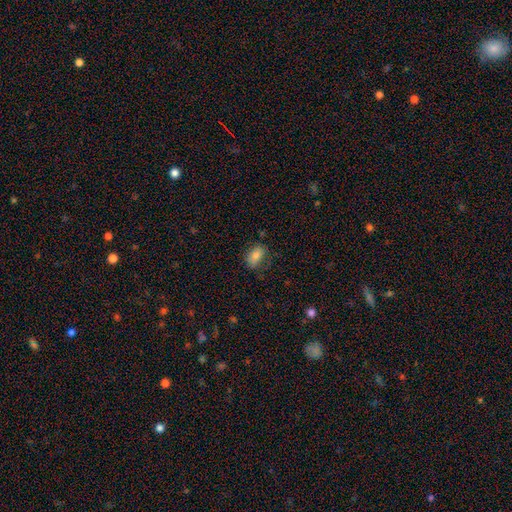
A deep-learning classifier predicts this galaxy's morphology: Smooth or featured? smooth (79%)
How rounded? in between (85%)
Merging? none (70%)